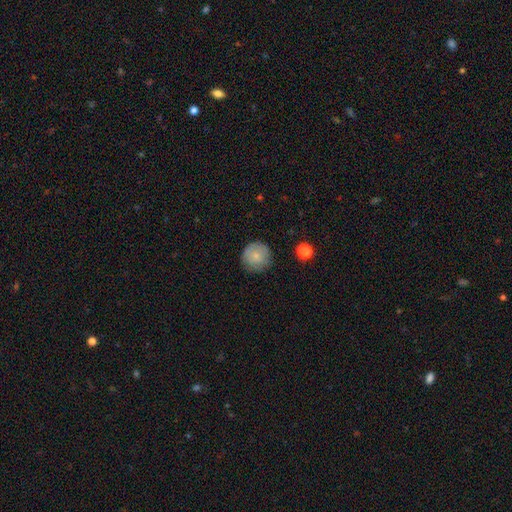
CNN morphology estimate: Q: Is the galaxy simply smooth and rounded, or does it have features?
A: smooth — 76%.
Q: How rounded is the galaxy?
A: round — 93%.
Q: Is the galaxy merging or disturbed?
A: none — 81%.